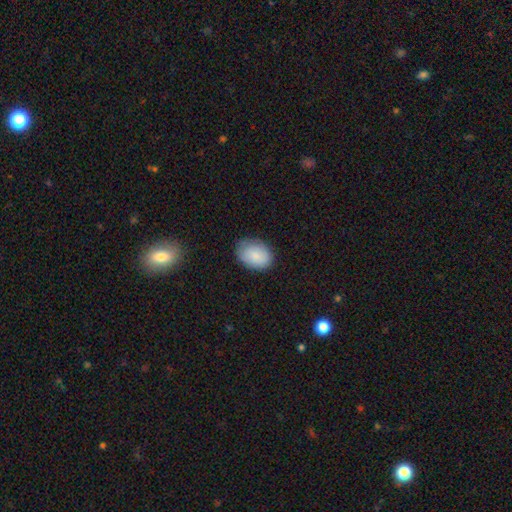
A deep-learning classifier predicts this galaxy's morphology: A smooth galaxy with no disk features (86%) that is in between round and cigar-shaped (80%). Merging: none (76%).